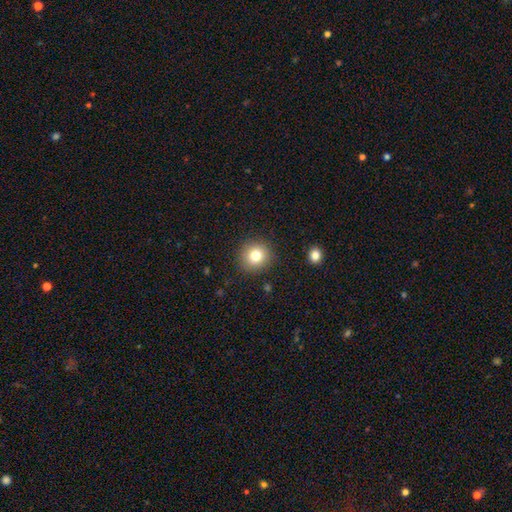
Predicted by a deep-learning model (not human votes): A smooth galaxy with no disk features (79%) that is round (92%). Merging: none (90%).